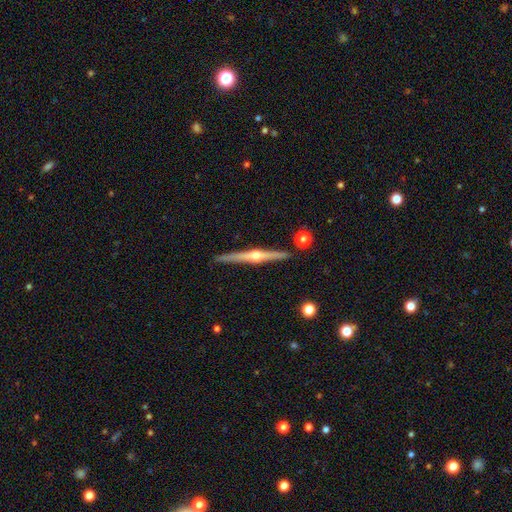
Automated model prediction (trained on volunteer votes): This is clearly a featured or disk galaxy (83%). It is clearly viewed edge-on (99%). Edge-on bulge: clearly rounded (94%). Merging: clearly none (91%).